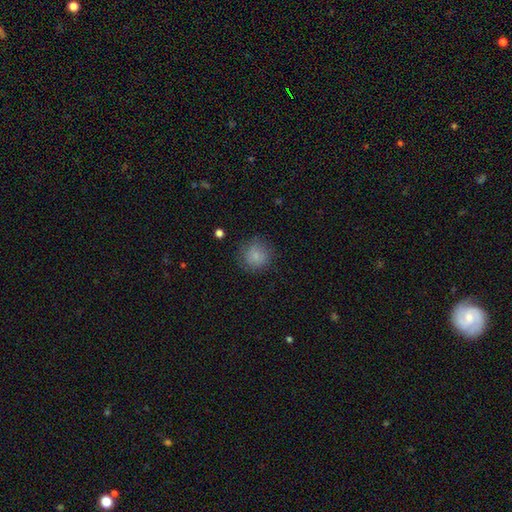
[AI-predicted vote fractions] Morphology: type=smooth (82%); roundness=round (91%); merging=none (79%).